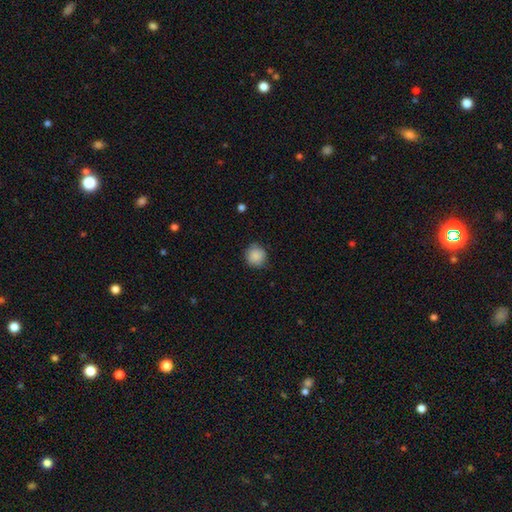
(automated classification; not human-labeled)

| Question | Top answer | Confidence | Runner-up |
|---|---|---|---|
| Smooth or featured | smooth | 88% | star or artifact (8%) |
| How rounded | round | 92% | in between (7%) |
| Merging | none | 83% | minor disturbance (13%) |